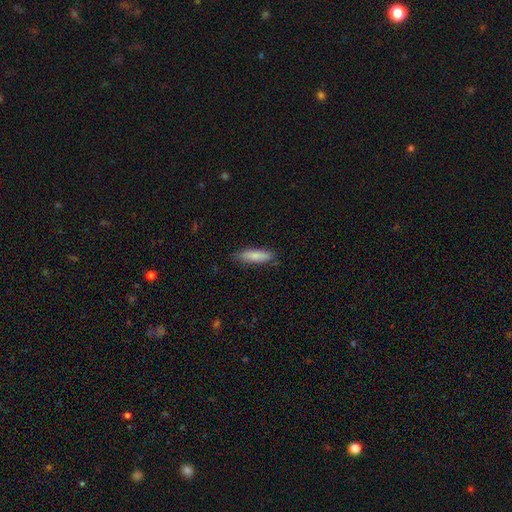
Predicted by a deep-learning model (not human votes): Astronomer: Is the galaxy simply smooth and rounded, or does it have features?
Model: smooth — 84%.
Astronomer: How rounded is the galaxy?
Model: cigar-shaped — 58% (runner-up: in between, 41%).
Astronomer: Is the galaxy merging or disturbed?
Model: none — 80%.